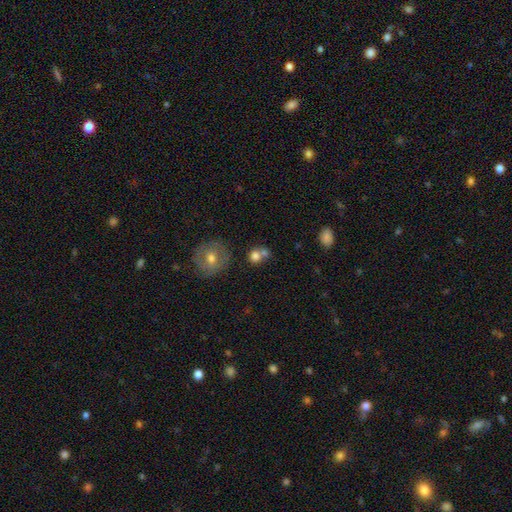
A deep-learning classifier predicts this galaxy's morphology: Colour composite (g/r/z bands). It shows a smooth galaxy with no disk features (76%) that is round (80%). Merging: merger (45%).